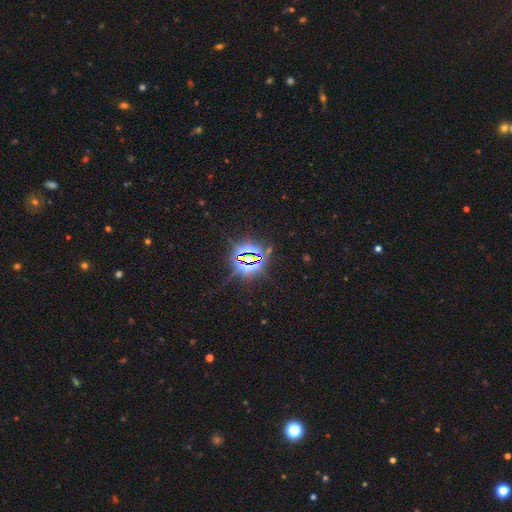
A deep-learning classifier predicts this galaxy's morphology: smooth_or_featured: star or artifact (p=0.85) [alt: smooth p=0.08]